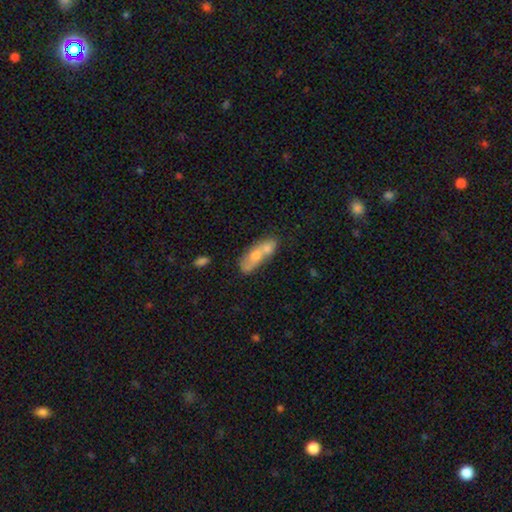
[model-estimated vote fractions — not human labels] Morphology: type=smooth (56%); roundness=in between (67%); merging=merger (63%).